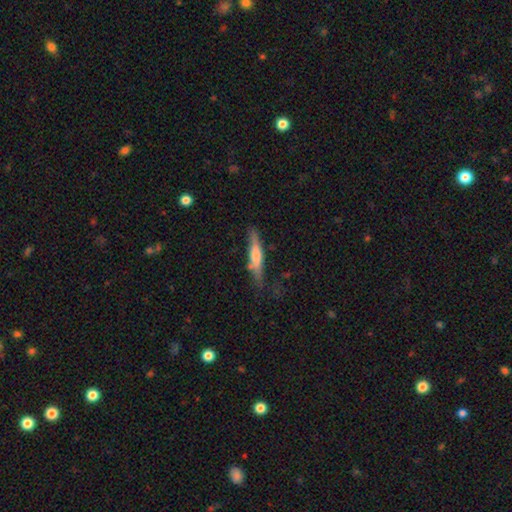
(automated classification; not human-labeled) Q: Smooth or featured?
A: featured or disk (48%); runner-up: smooth (46%)
Q: Merging?
A: none (73%); runner-up: minor disturbance (19%)